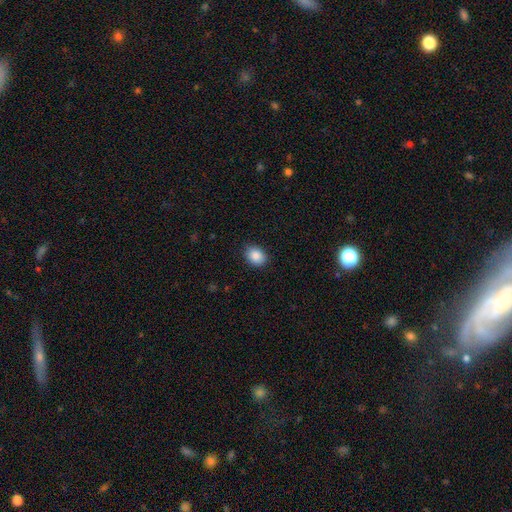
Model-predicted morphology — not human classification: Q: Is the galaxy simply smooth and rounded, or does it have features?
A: smooth — 88%.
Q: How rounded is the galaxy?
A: in between — 59%.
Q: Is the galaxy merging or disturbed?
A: none — 86%.